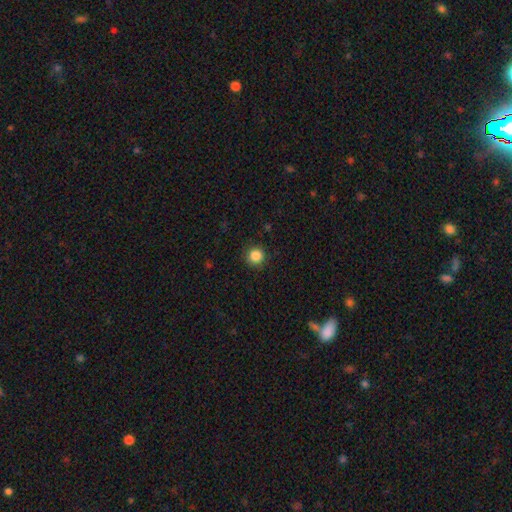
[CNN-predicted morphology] Smooth or featured? Predicted: smooth (p=0.86). How rounded? Predicted: round (p=0.94). Merging? Predicted: none (p=0.91).